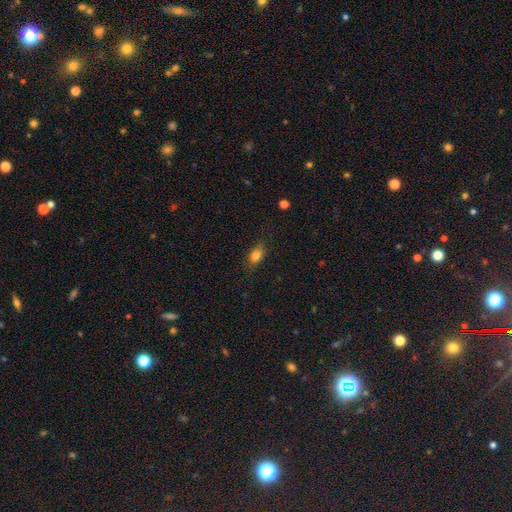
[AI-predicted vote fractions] Smooth or featured: smooth — 82% (star or artifact — 10%)
How rounded: in between — 74% (round — 22%)
Merging: none — 77% (minor disturbance — 17%)